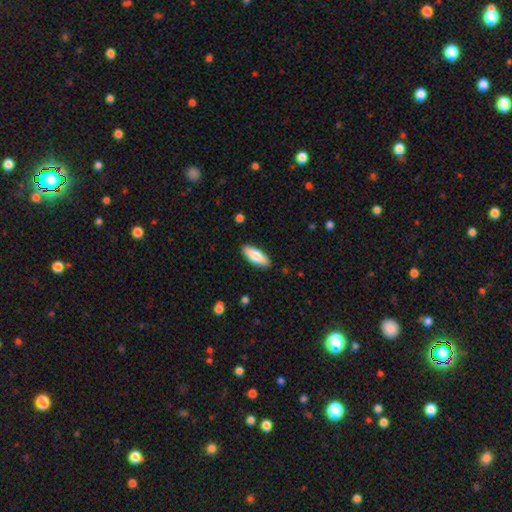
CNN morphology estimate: smooth-or-featured: smooth: 78% | featured or disk: 17% | star or artifact: 5%
  how-rounded: in between: 66% | cigar-shaped: 32% | round: 2%
  merging: none: 89% | minor disturbance: 8% | major disturbance: 2% | merger: 1%